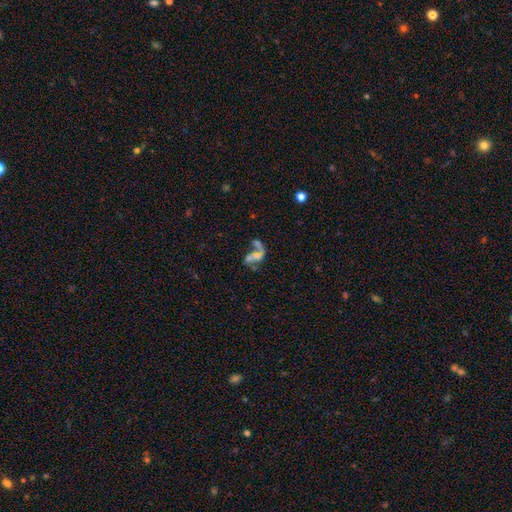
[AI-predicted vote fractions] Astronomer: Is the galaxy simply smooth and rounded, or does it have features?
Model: featured or disk — 60%.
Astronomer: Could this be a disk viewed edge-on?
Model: no — 96%.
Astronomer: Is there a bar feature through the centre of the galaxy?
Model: no — 64%.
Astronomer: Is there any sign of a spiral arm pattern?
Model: yes — 53% (runner-up: no, 47%).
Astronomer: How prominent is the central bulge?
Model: none — 38% (runner-up: small, 31%).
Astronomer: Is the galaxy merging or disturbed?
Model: merger — 44% (runner-up: major disturbance, 25%).